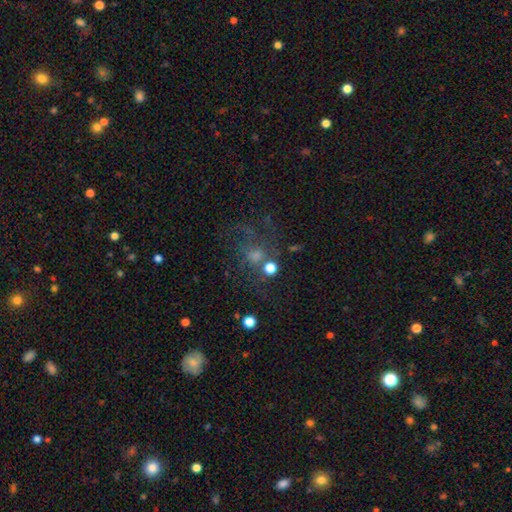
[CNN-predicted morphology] This appears to be a smooth galaxy with no disk features (46%). Merging: none (47%).